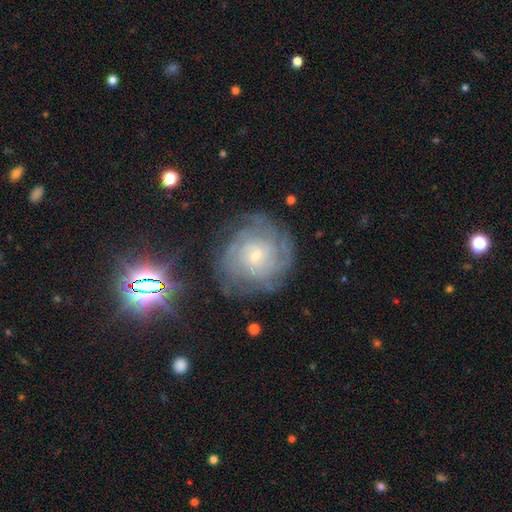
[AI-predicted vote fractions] smooth_or_featured: featured or disk (p=0.79) [alt: smooth p=0.12]
disk_edge_on: no (p=0.97) [alt: yes p=0.03]
bar: no (p=0.66) [alt: weak p=0.29]
has_spiral_arms: yes (p=0.93) [alt: no p=0.07]
spiral_winding: tight (p=0.73) [alt: medium p=0.22]
spiral_arm_count: can't tell (p=0.43) [alt: 4 p=0.16]
bulge_size: small (p=0.77) [alt: moderate p=0.18]
merging: none (p=0.73) [alt: minor disturbance p=0.17]